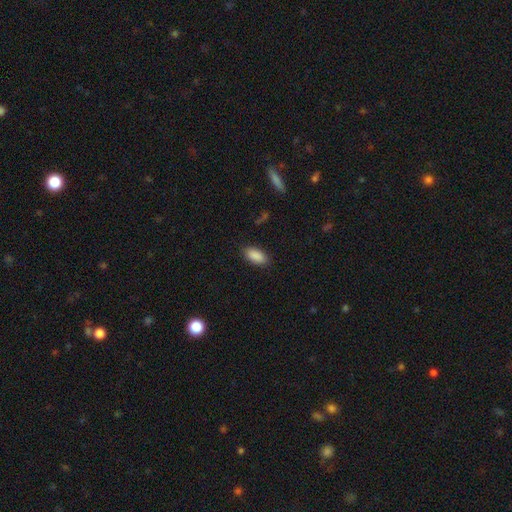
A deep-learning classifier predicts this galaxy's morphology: smooth 90%, star or artifact 7%, featured or disk 3%. Down the decision tree: how rounded — in between (92%); merging — none (87%).